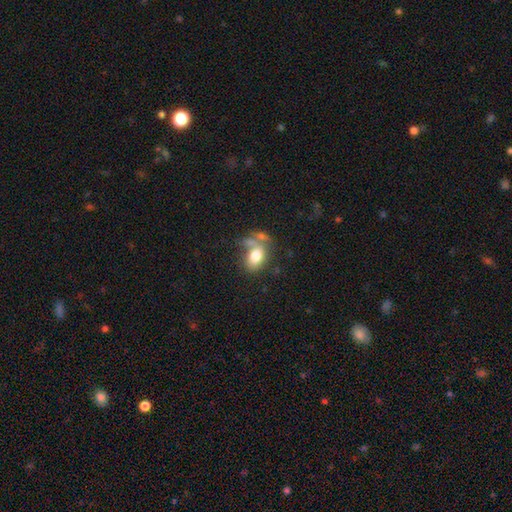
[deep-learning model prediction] Morphology: type=smooth (76%); roundness=in between (80%); merging=none (35%).